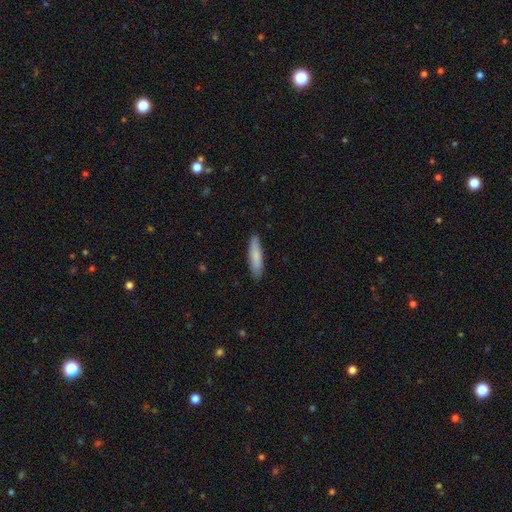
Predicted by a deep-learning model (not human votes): smooth 82%, featured or disk 13%, star or artifact 5%. Down the decision tree: how rounded — cigar-shaped (76%); merging — none (87%).